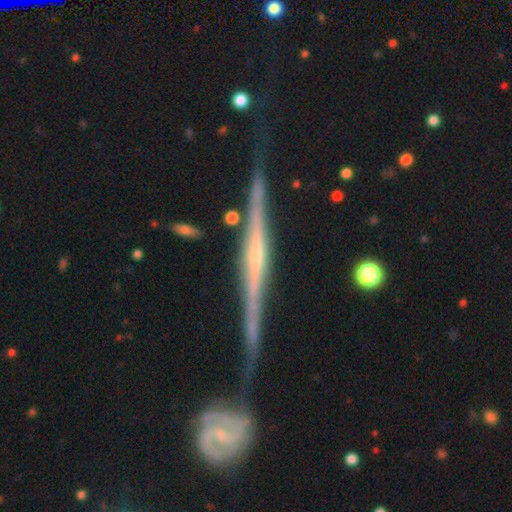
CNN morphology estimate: A featured or disk galaxy (84%) viewed edge-on (98%) with a rounded central bulge (40%, tied with none).

Vote fractions:
- Smooth or featured? featured or disk: 84% / smooth: 11% / star or artifact: 5%
- Edge-on disk? yes: 98% / no: 2%
- Edge-on bulge? rounded: 40% (tied) / none: 40% (tied) / boxy: 21%
- Merging? none: 81% / minor disturbance: 13% / major disturbance: 3% / merger: 3%